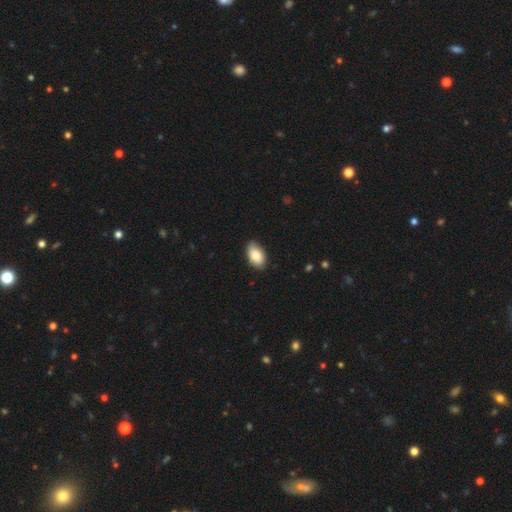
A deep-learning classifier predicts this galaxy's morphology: The model was most divided on "merging": none: 85%, minor disturbance: 12%, major disturbance: 2%, merger: 1%. More confident: how rounded — in between (94%); smooth or featured — smooth (85%).